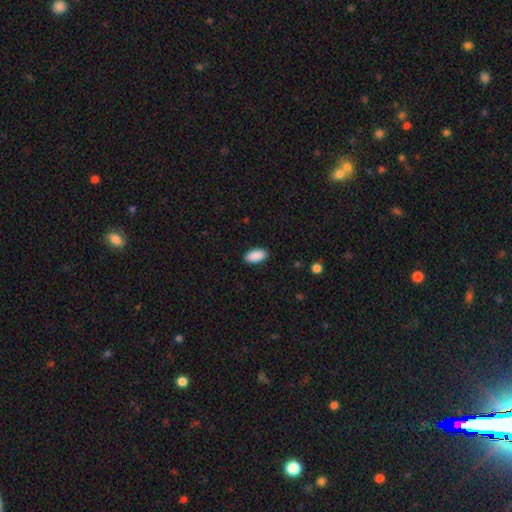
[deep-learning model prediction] This is clearly a smooth galaxy (91%). How rounded: clearly in between (95%). Merging: clearly none (90%).